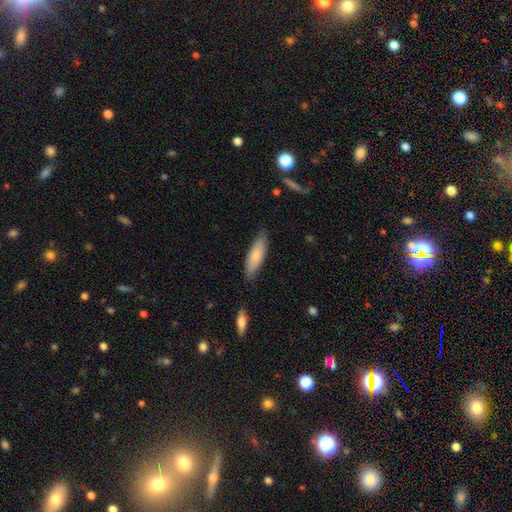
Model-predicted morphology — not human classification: Smooth or featured?
  - smooth: 76% *
  - featured or disk: 18%
  - star or artifact: 6%
How rounded?
  - in between: 53% *
  - cigar-shaped: 45%
  - round: 2%
Merging?
  - none: 79% *
  - minor disturbance: 17%
  - major disturbance: 2%
  - merger: 2%